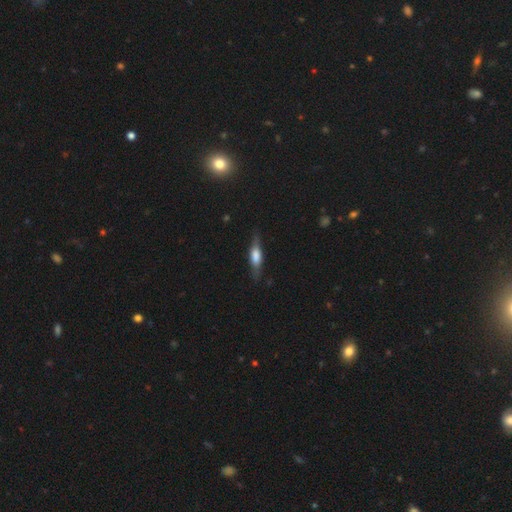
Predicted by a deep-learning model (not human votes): Smooth or featured?
  - smooth: 52% *
  - featured or disk: 42%
  - star or artifact: 7%
How rounded?
  - cigar-shaped: 60% *
  - in between: 37%
  - round: 2%
Merging?
  - none: 78% *
  - minor disturbance: 16%
  - major disturbance: 5%
  - merger: 1%